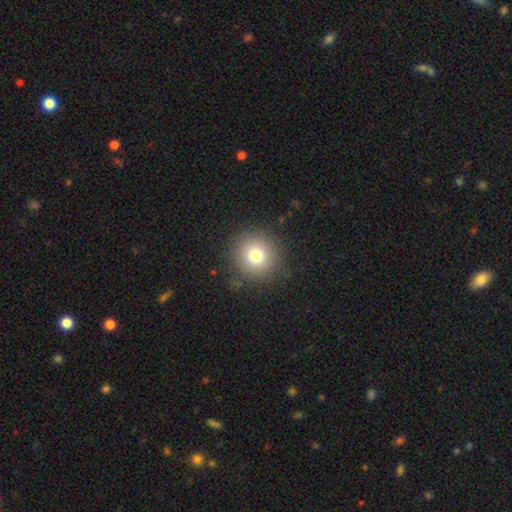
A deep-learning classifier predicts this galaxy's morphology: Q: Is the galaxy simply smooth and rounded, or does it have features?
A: smooth — 77%.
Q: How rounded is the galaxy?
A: round — 94%.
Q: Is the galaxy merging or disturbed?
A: none — 87%.